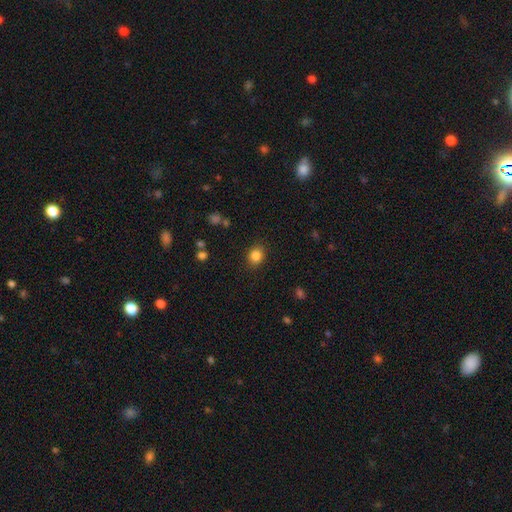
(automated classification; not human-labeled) smooth_or_featured: smooth (p=0.85) [alt: star or artifact p=0.10]
how_rounded: round (p=0.61) [alt: in between p=0.38]
merging: none (p=0.87) [alt: minor disturbance p=0.09]